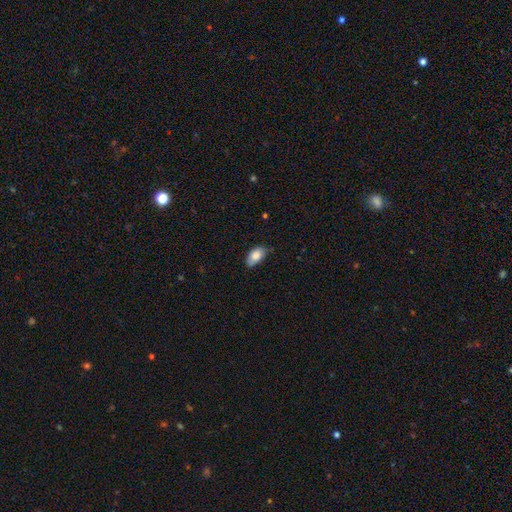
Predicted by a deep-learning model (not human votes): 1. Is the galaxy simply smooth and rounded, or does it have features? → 82% smooth, 11% featured or disk, 7% star or artifact.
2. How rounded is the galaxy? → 93% in between, 5% round, 2% cigar-shaped.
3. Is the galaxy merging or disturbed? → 62% none, 30% minor disturbance, 5% major disturbance, 2% merger.